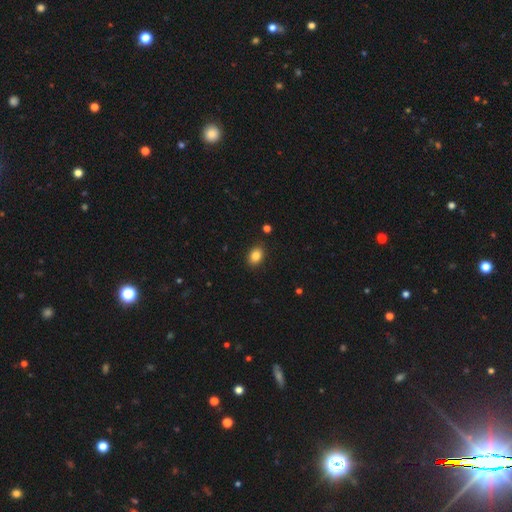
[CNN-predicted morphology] smooth-or-featured: smooth: 85% | star or artifact: 9% | featured or disk: 6%
  how-rounded: in between: 76% | round: 22% | cigar-shaped: 1%
  merging: none: 88% | minor disturbance: 8% | major disturbance: 2% | merger: 1%